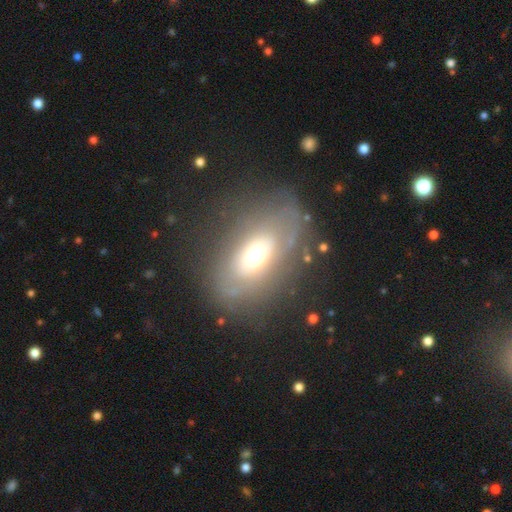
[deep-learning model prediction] Overall: featured or disk (50%; smooth 41%). Merging: none (65%).